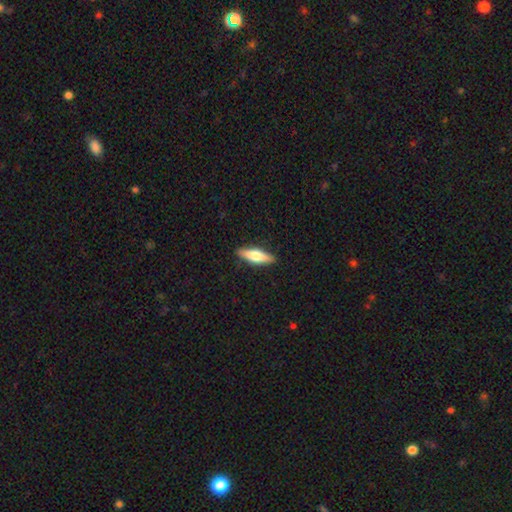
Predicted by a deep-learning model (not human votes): Smooth or featured: smooth — 53% (featured or disk — 41%)
How rounded: cigar-shaped — 61% (in between — 37%)
Merging: none — 89% (minor disturbance — 8%)